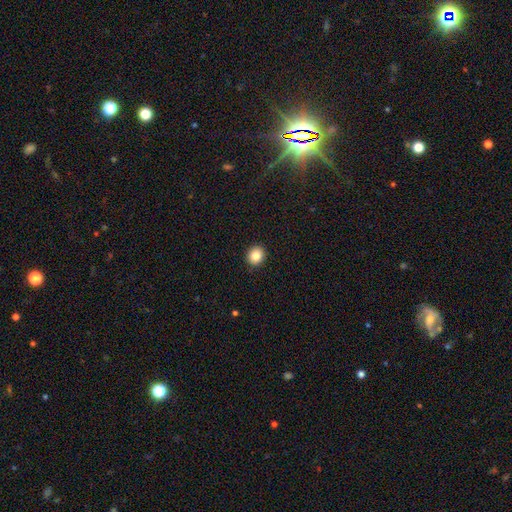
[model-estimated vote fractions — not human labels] Smooth or featured: smooth — 85% (star or artifact — 9%)
How rounded: round — 79% (in between — 20%)
Merging: none — 92% (minor disturbance — 5%)